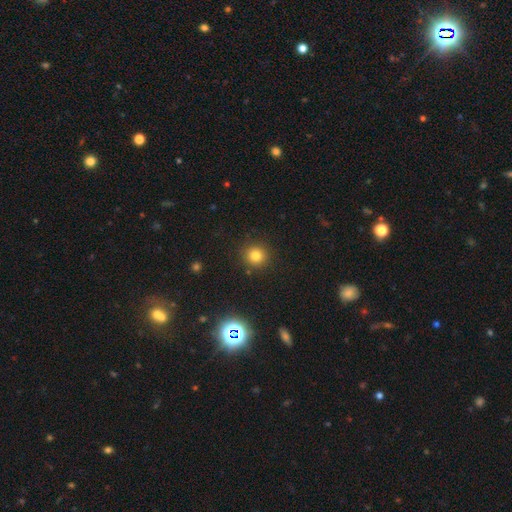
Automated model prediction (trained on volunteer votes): This appears to be a smooth galaxy with no disk features (78%) that is round (92%). Merging: none (89%).